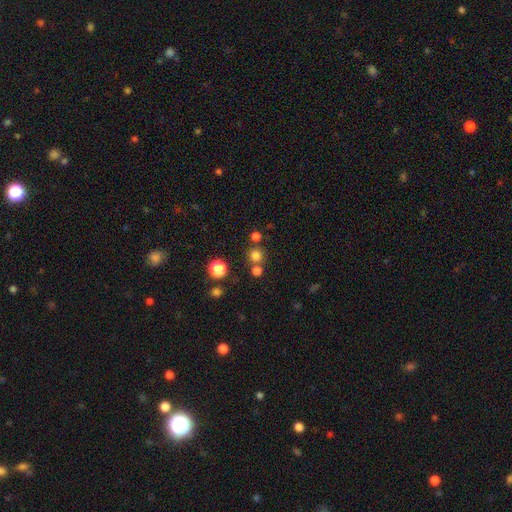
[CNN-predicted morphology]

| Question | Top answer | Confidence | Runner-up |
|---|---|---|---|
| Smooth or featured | smooth | 76% | star or artifact (18%) |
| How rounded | round | 92% | in between (7%) |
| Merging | none | 72% | merger (17%) |